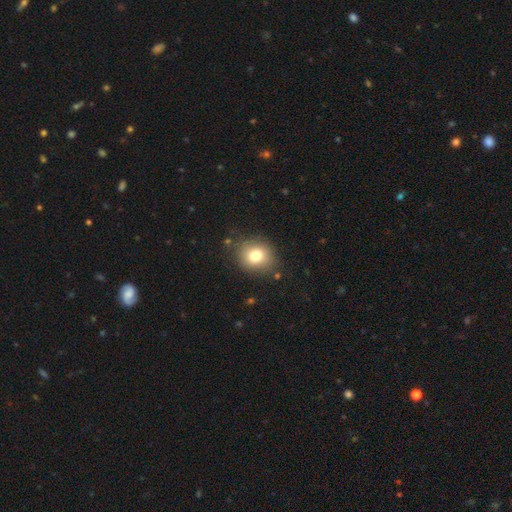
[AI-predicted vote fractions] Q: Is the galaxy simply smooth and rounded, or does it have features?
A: smooth — 78%.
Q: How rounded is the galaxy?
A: round — 75%.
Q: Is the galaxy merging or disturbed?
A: none — 83%.